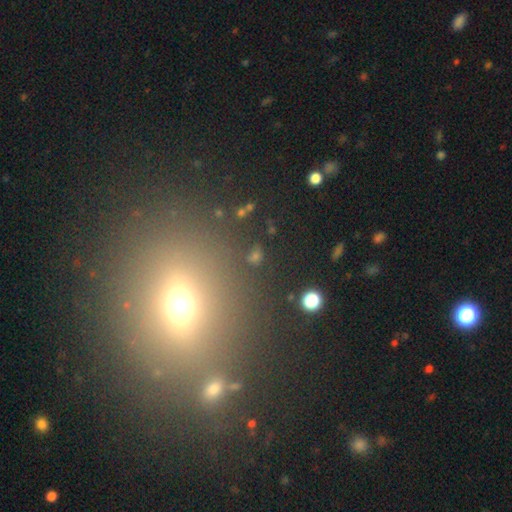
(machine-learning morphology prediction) smooth-or-featured: smooth: 45% | star or artifact: 39% | featured or disk: 16%
  merging: none: 80% | minor disturbance: 9% | merger: 6% | major disturbance: 5%